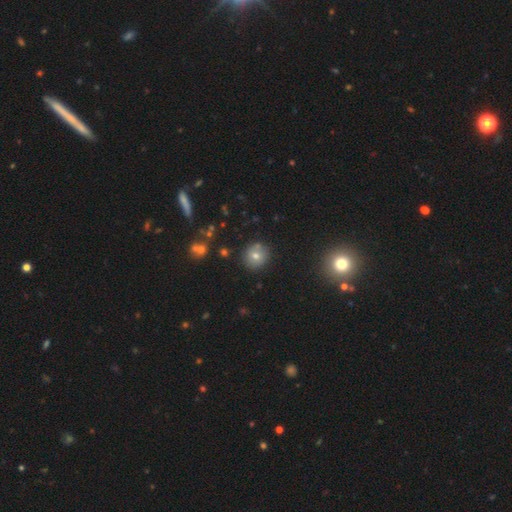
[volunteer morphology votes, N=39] Smooth or featured? smooth (82%)
How rounded? round (91%)
Merging? none (71%)